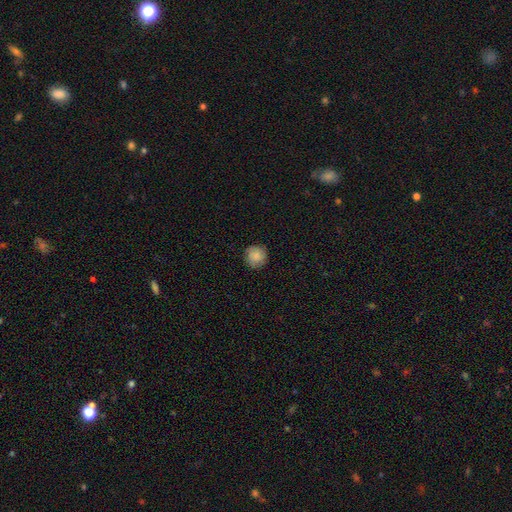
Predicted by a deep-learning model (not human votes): Morphology: type=smooth (83%); roundness=round (93%); merging=none (86%).